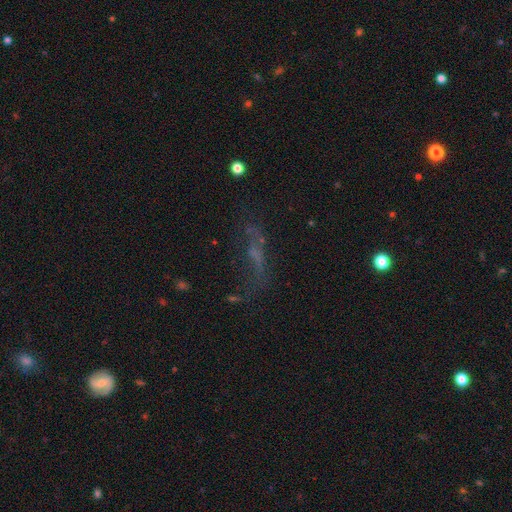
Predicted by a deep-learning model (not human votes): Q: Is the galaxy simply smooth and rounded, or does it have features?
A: featured or disk — 40%.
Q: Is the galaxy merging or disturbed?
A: none — 44%.